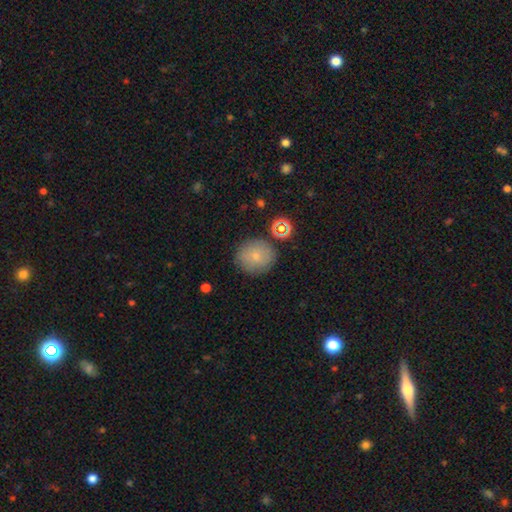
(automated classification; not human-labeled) Smooth or featured? smooth (76%)
How rounded? round (88%)
Merging? none (81%)